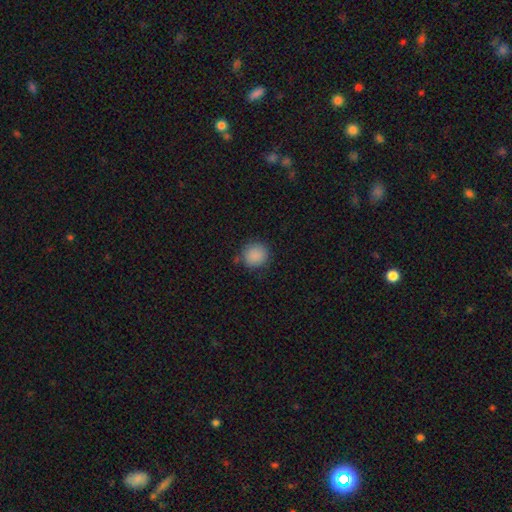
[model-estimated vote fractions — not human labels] Morphology: type=smooth (87%); roundness=round (89%); merging=none (82%).